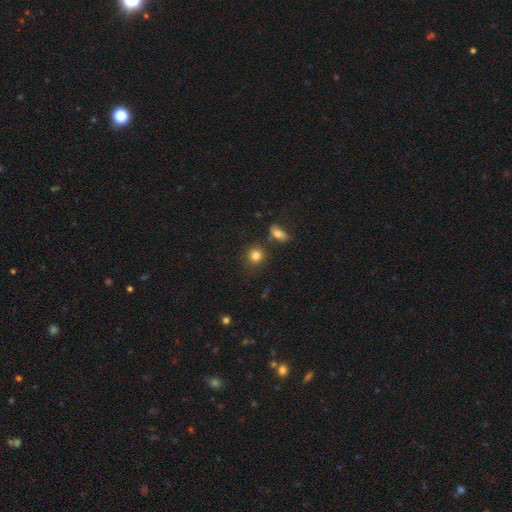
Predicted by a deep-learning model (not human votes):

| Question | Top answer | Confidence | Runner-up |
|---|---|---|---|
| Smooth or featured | smooth | 83% | star or artifact (11%) |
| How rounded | round | 85% | in between (14%) |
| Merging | none | 79% | minor disturbance (10%) |